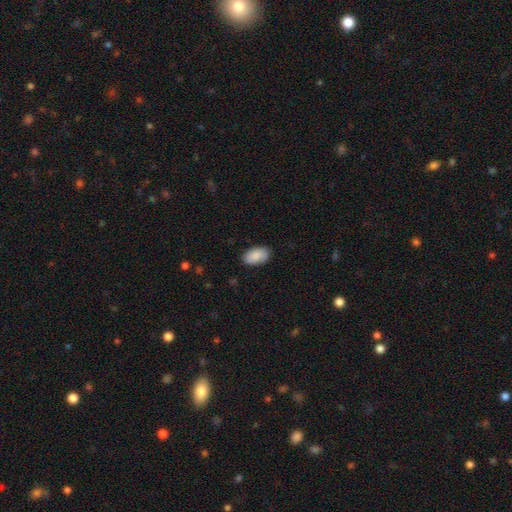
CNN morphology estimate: Smooth or featured: smooth — 88% (star or artifact — 6%)
How rounded: in between — 94% (round — 4%)
Merging: none — 86% (minor disturbance — 11%)